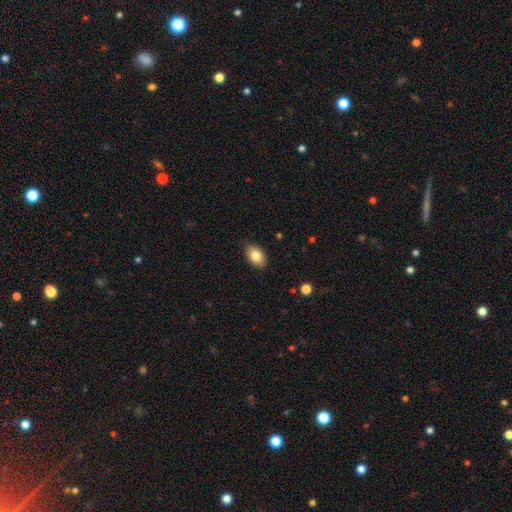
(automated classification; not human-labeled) Smooth or featured?
  - smooth: 83% *
  - featured or disk: 10%
  - star or artifact: 7%
How rounded?
  - in between: 89% *
  - round: 10%
  - cigar-shaped: 1%
Merging?
  - none: 86% *
  - minor disturbance: 11%
  - major disturbance: 2%
  - merger: 1%